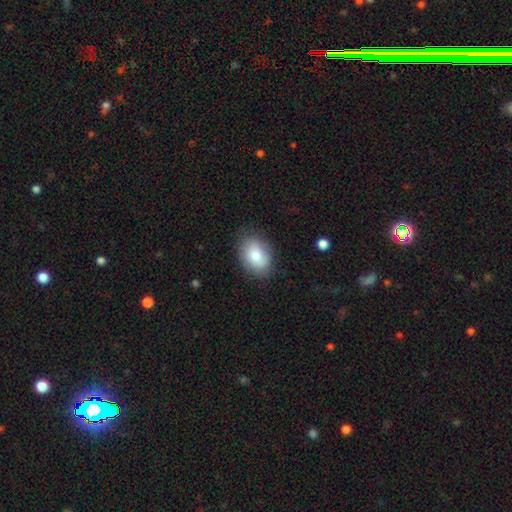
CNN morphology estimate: The model was most divided on "how rounded": in between: 82%, round: 17%, cigar-shaped: 1%. More confident: smooth or featured — smooth (80%); merging — none (80%).